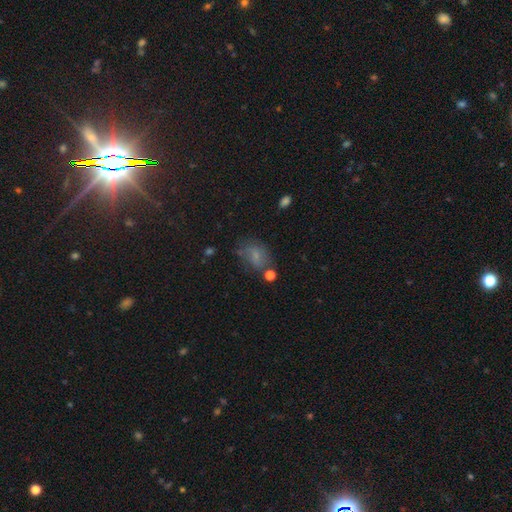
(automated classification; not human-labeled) smooth 62%, featured or disk 22%, star or artifact 15%. Down the decision tree: how rounded — in between (72%); merging — none (49%).